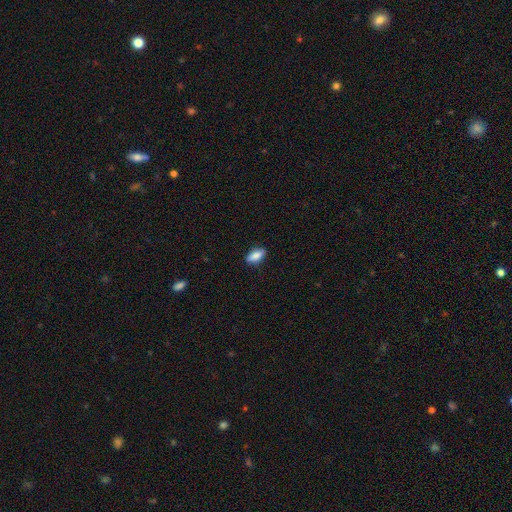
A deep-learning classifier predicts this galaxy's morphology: This appears to be a smooth galaxy with no disk features (83%) that is in between round and cigar-shaped (85%). Merging: none (85%).